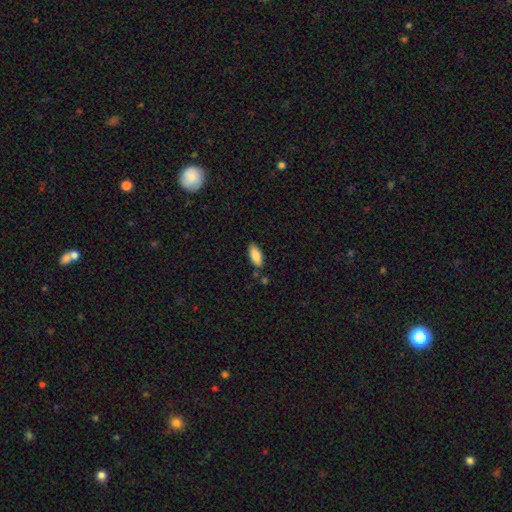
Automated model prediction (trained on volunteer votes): smooth-or-featured: smooth: 87% | featured or disk: 7% | star or artifact: 6%
  how-rounded: in between: 86% | cigar-shaped: 12% | round: 2%
  merging: none: 80% | minor disturbance: 14% | merger: 4% | major disturbance: 3%